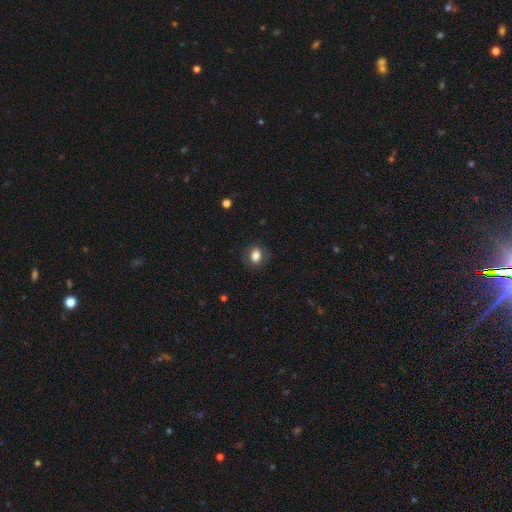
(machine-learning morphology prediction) Q: Smooth or featured?
A: smooth (81%); runner-up: featured or disk (10%)
Q: How rounded?
A: in between (56%); runner-up: round (43%)
Q: Merging?
A: none (83%); runner-up: minor disturbance (12%)